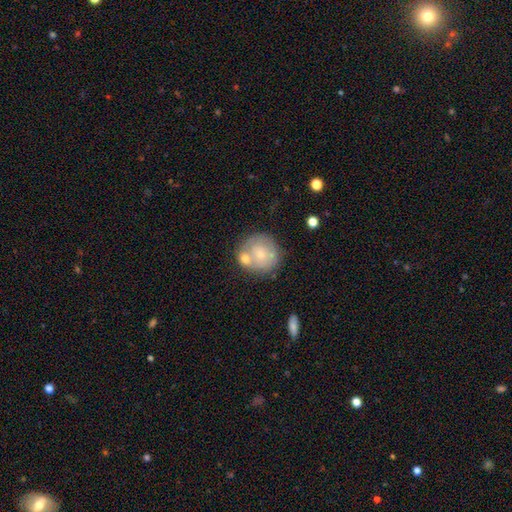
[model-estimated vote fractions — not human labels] Smooth or featured? smooth (47%)
Merging? none (58%)